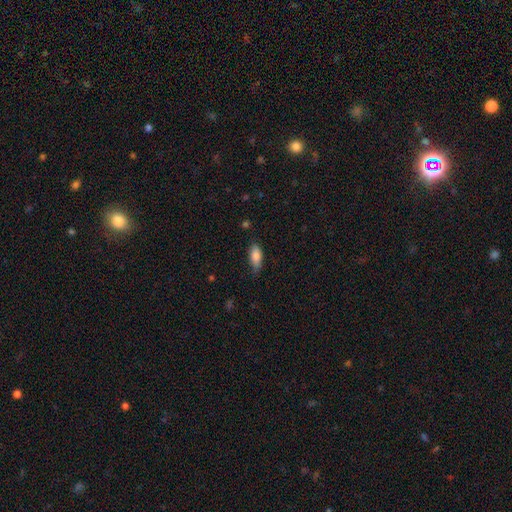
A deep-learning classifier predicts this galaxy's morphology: smooth 84%, featured or disk 9%, star or artifact 7%. Down the decision tree: how rounded — in between (84%); merging — none (68%).